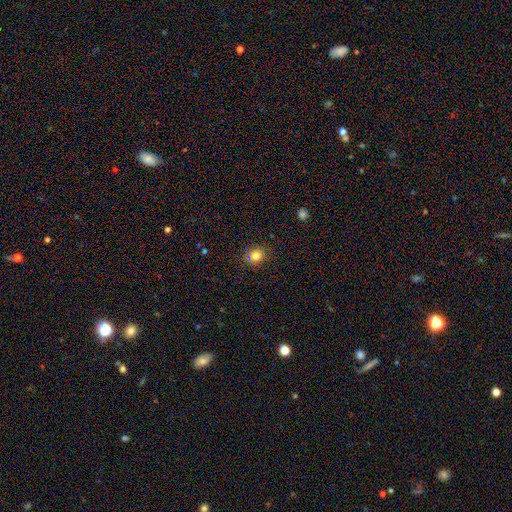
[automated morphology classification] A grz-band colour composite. It shows a smooth galaxy with no disk features (79%) that is round (75%). Merging: none (77%).